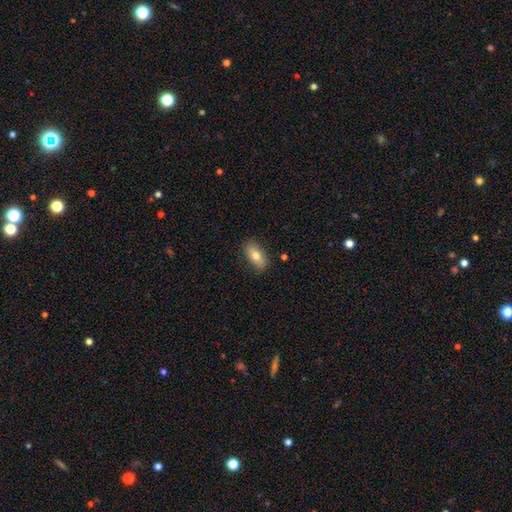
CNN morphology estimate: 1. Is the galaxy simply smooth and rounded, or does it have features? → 75% smooth, 19% featured or disk, 7% star or artifact.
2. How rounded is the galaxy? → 88% in between, 8% cigar-shaped, 4% round.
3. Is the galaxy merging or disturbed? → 85% none, 11% minor disturbance, 2% major disturbance, 1% merger.